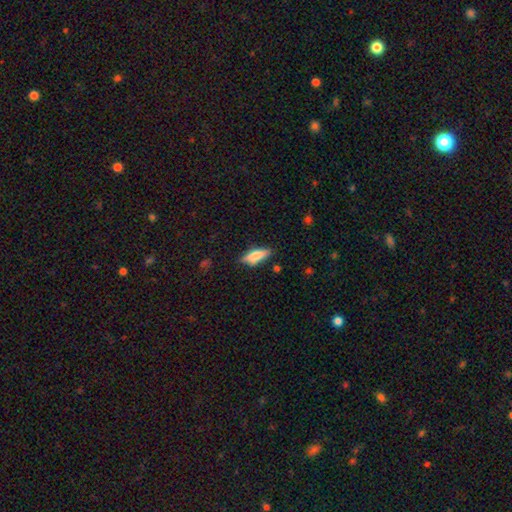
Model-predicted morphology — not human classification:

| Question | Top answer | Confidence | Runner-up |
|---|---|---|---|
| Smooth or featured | smooth | 71% | featured or disk (22%) |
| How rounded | in between | 58% | cigar-shaped (40%) |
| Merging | none | 75% | minor disturbance (18%) |